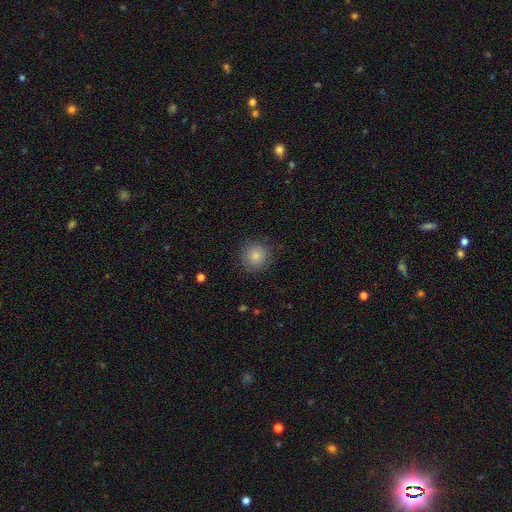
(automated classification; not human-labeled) Smooth or featured?
  - smooth: 81% *
  - star or artifact: 10%
  - featured or disk: 9%
How rounded?
  - round: 92% *
  - in between: 8%
  - cigar-shaped: 1%
Merging?
  - none: 82% *
  - minor disturbance: 13%
  - major disturbance: 4%
  - merger: 1%